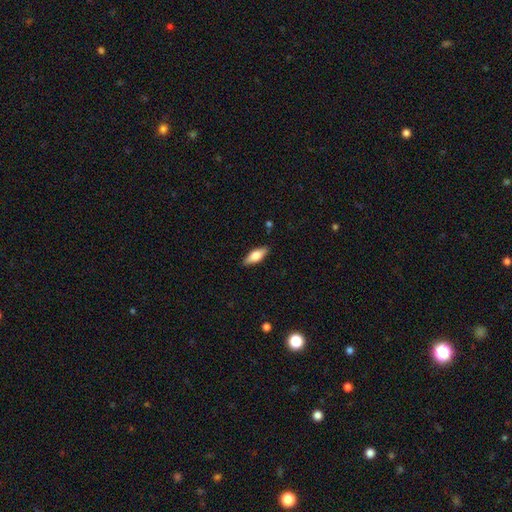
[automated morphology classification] This is likely a smooth galaxy (68%). How rounded: likely in between (72%). Merging: clearly none (87%).